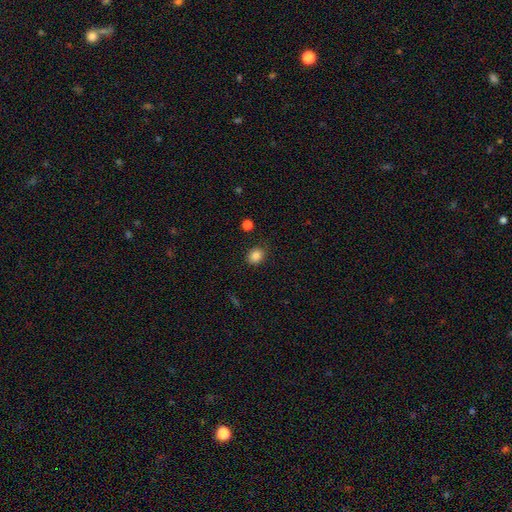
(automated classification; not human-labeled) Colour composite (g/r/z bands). It shows a smooth galaxy with no disk features (85%) that is round (63%). Merging: none (84%).